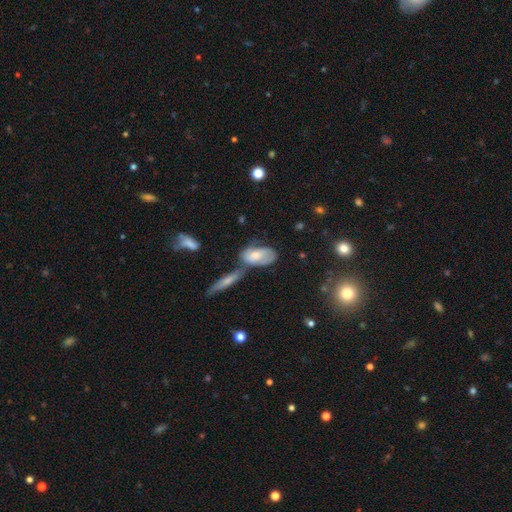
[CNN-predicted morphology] A smooth galaxy with no disk features (59%) that is in between round and cigar-shaped (88%).

Vote fractions:
- Smooth or featured? smooth: 59% / featured or disk: 34% / star or artifact: 7%
- How rounded? in between: 88% / cigar-shaped: 9% / round: 4%
- Merging? merger: 37% / none: 31% / minor disturbance: 21% / major disturbance: 12%